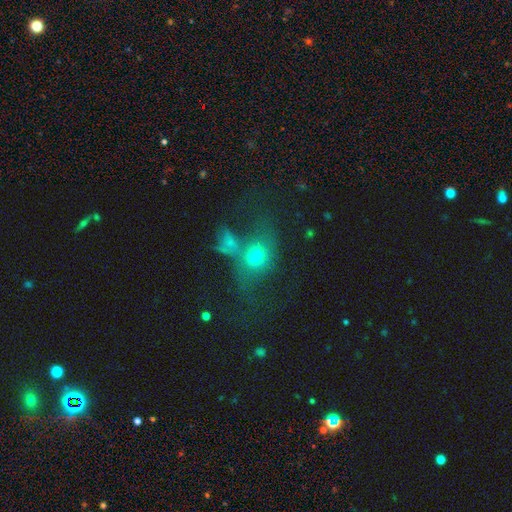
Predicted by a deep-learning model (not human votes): This is possibly a smooth galaxy (57%). How rounded: possibly in between (54%). Merging: possibly merger (46%).